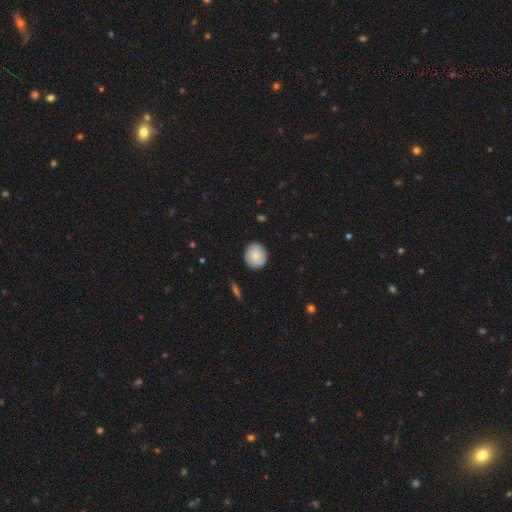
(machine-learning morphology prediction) type=smooth (79%); roundness=round (87%); merging=none (86%).